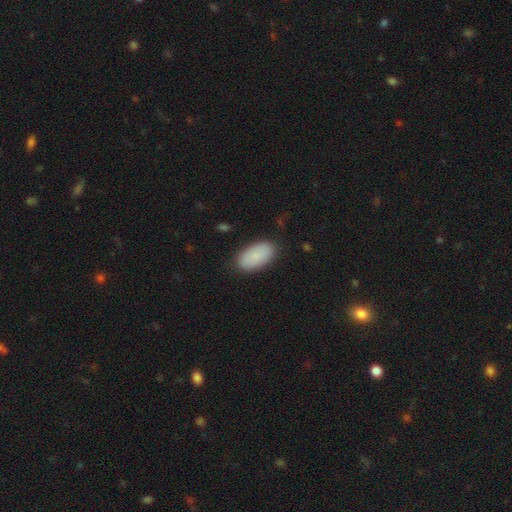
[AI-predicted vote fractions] Q: Smooth or featured?
A: smooth (88%); runner-up: star or artifact (6%)
Q: How rounded?
A: in between (95%); runner-up: cigar-shaped (3%)
Q: Merging?
A: none (86%); runner-up: minor disturbance (10%)